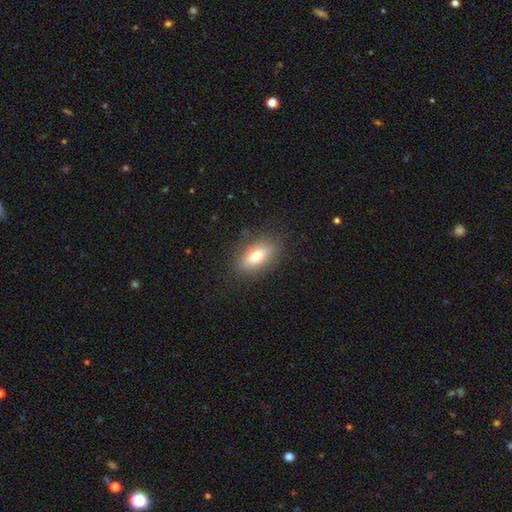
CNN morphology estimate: The model was most divided on "smooth or featured": smooth: 67%, featured or disk: 24%, star or artifact: 9%. More confident: merging — none (85%); how rounded — in between (79%).